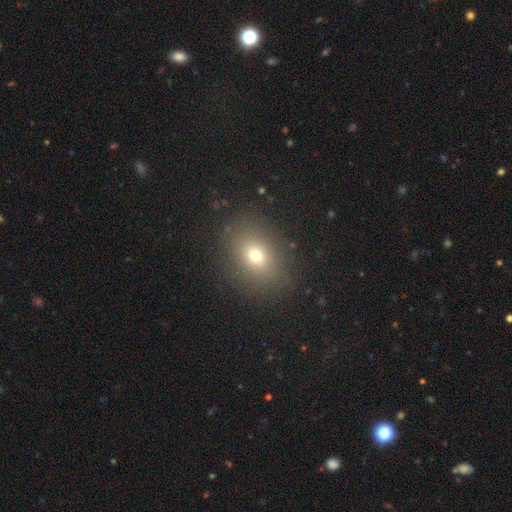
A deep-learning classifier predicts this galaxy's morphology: smooth 70%, star or artifact 17%, featured or disk 13%. Down the decision tree: how rounded — in between (54%); merging — none (85%).